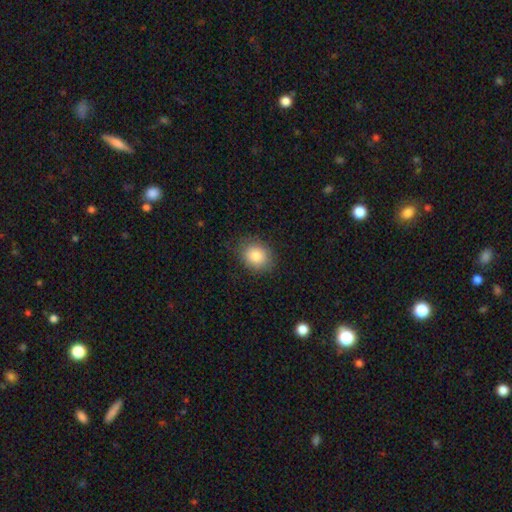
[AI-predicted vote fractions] smooth-or-featured: smooth: 85% | star or artifact: 8% | featured or disk: 7%
  how-rounded: round: 50% | in between: 49% | cigar-shaped: 1%
  merging: none: 83% | minor disturbance: 13% | major disturbance: 3% | merger: 1%